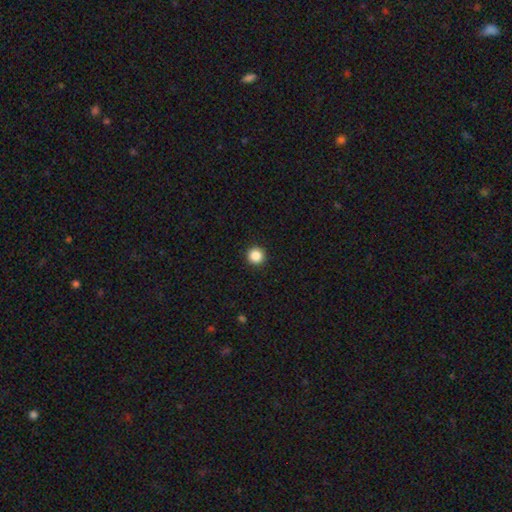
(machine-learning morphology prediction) The model was most divided on "smooth or featured": smooth: 87%, star or artifact: 10%, featured or disk: 3%. More confident: how rounded — round (96%); merging — none (94%).